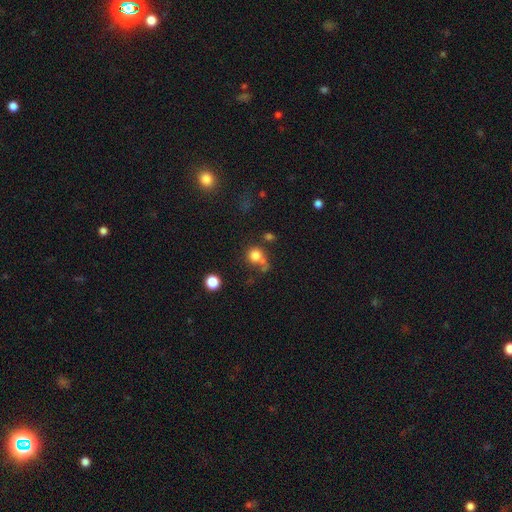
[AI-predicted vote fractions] This is likely a smooth galaxy (79%). How rounded: clearly round (86%). Merging: possibly none (53%).